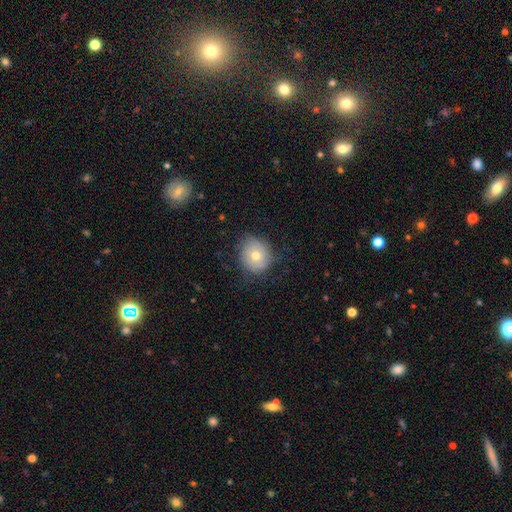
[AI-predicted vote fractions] smooth-or-featured: smooth: 62% | featured or disk: 27% | star or artifact: 10%
  how-rounded: round: 82% | in between: 17% | cigar-shaped: 1%
  merging: none: 72% | minor disturbance: 20% | major disturbance: 7% | merger: 1%